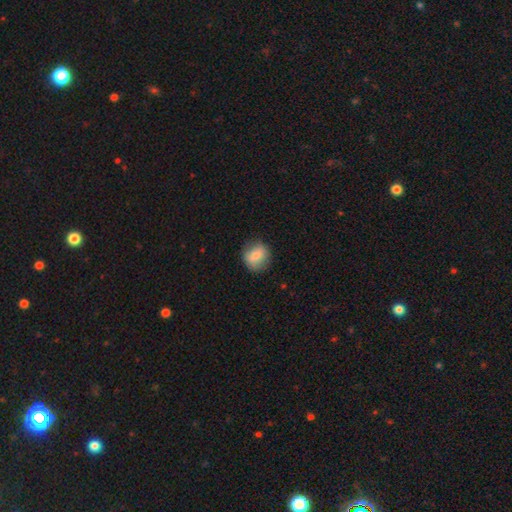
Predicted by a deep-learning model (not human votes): Smooth or featured: smooth — 75% (featured or disk — 17%)
How rounded: round — 74% (in between — 24%)
Merging: none — 80% (minor disturbance — 15%)